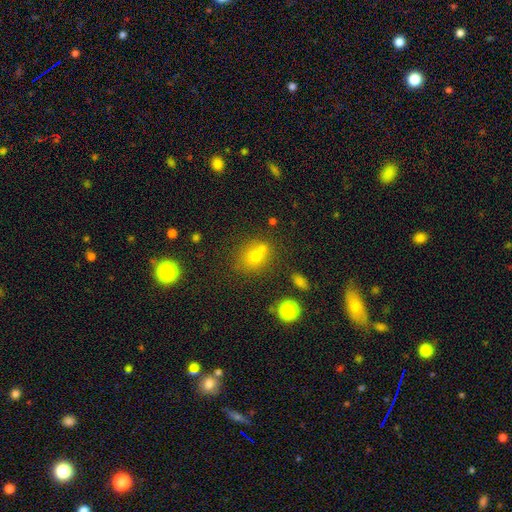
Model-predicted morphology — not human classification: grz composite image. It shows a smooth galaxy with no disk features (67%) that is round (72%). Merging: none (53%).